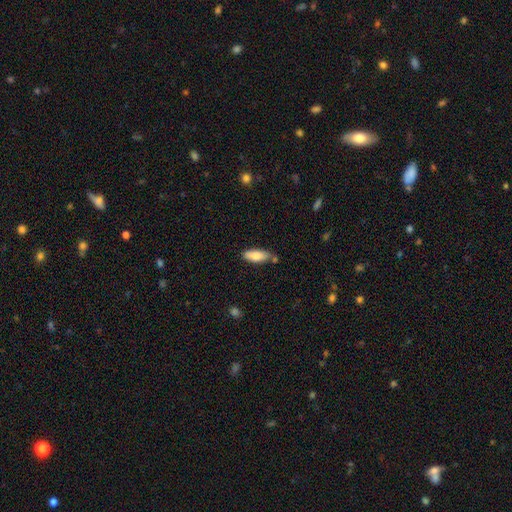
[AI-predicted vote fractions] Smooth or featured?
  - smooth: 80% *
  - featured or disk: 14%
  - star or artifact: 6%
How rounded?
  - in between: 63% *
  - cigar-shaped: 35%
  - round: 2%
Merging?
  - none: 71% *
  - minor disturbance: 18%
  - merger: 8%
  - major disturbance: 3%